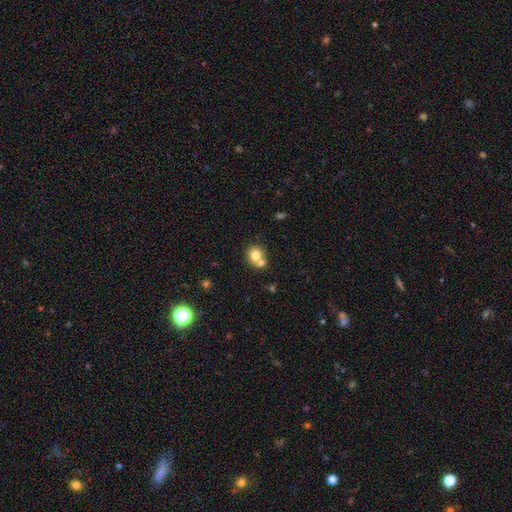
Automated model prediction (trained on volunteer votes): Q: Smooth or featured?
A: smooth (76%); runner-up: featured or disk (13%)
Q: How rounded?
A: round (83%); runner-up: in between (16%)
Q: Merging?
A: none (47%); runner-up: merger (43%)